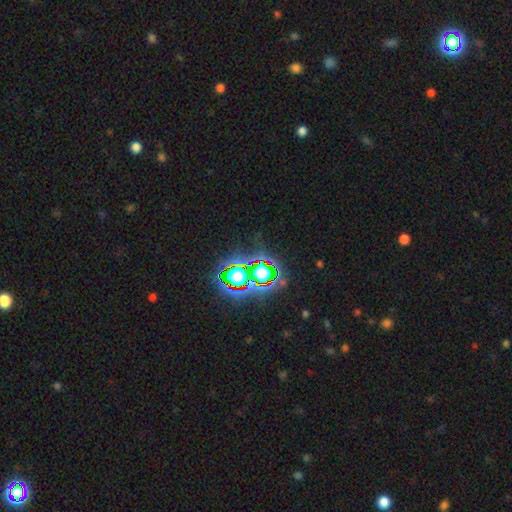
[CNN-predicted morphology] The model was most divided on "smooth or featured": star or artifact: 78%, smooth: 12%, featured or disk: 9%.